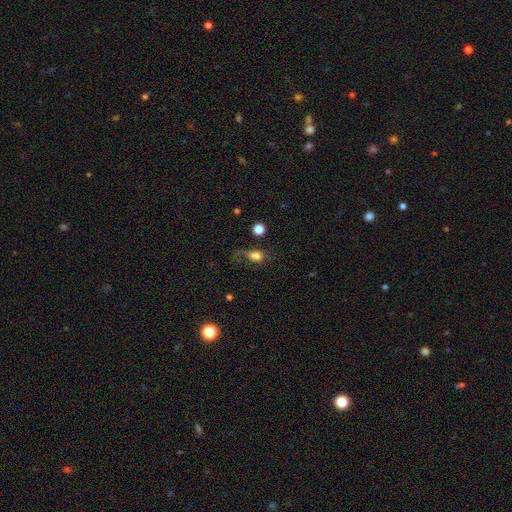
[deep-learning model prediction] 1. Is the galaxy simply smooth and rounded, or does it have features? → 70% smooth, 17% featured or disk, 13% star or artifact.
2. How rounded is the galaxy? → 58% in between, 39% round, 3% cigar-shaped.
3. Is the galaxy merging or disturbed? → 37% major disturbance, 35% none, 20% minor disturbance, 8% merger.